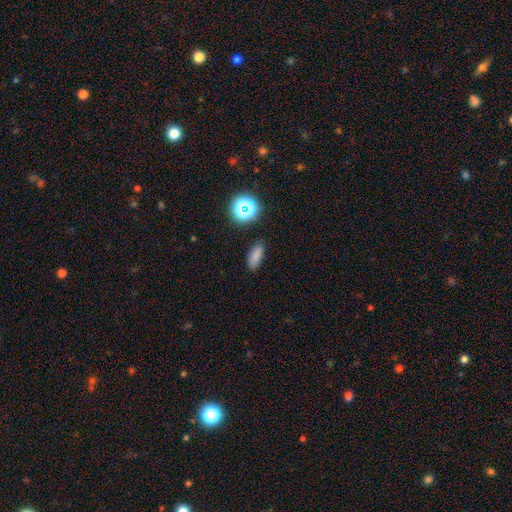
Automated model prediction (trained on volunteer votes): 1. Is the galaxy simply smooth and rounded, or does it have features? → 78% smooth, 16% star or artifact, 6% featured or disk.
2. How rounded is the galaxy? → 73% in between, 21% cigar-shaped, 7% round.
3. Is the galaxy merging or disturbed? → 81% none, 13% minor disturbance, 4% major disturbance, 2% merger.